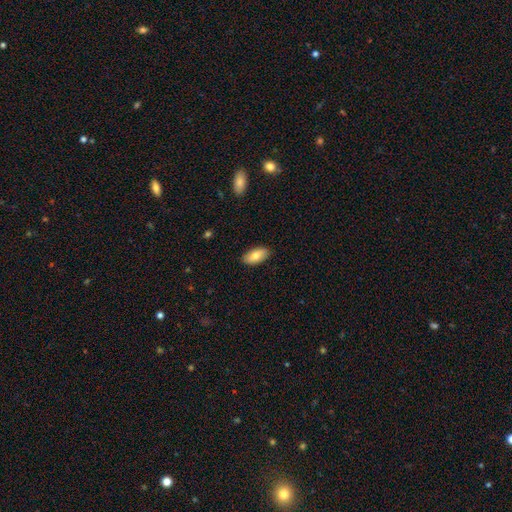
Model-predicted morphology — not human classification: smooth-or-featured: smooth: 81% | featured or disk: 13% | star or artifact: 6%
  how-rounded: in between: 92% | cigar-shaped: 6% | round: 2%
  merging: none: 89% | minor disturbance: 9% | major disturbance: 2% | merger: 1%